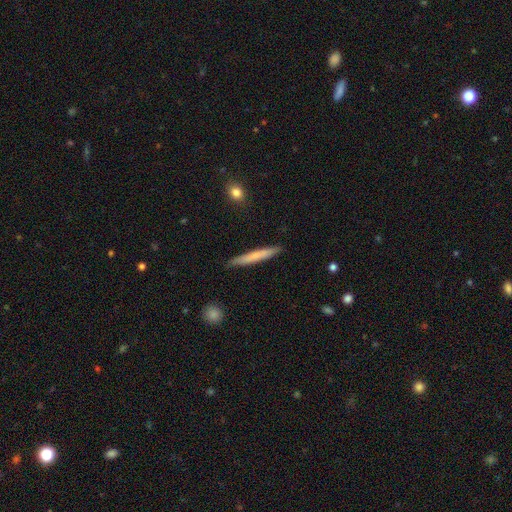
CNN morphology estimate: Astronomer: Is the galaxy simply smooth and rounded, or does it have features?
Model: smooth — 67%.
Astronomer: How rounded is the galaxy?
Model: cigar-shaped — 95%.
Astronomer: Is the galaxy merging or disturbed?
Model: none — 89%.